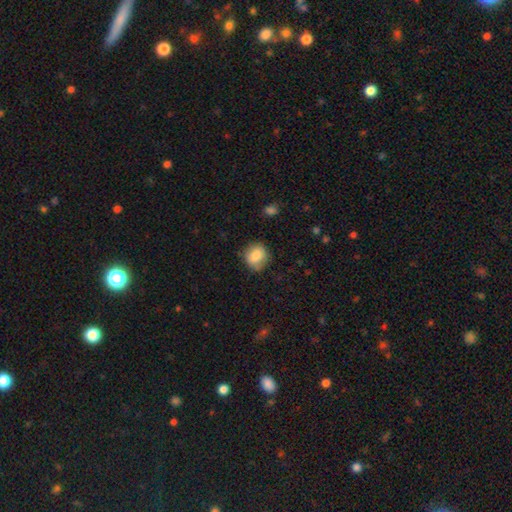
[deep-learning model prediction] The model was most divided on "how rounded": round: 73%, in between: 26%, cigar-shaped: 1%. More confident: smooth or featured — smooth (83%); merging — none (77%).